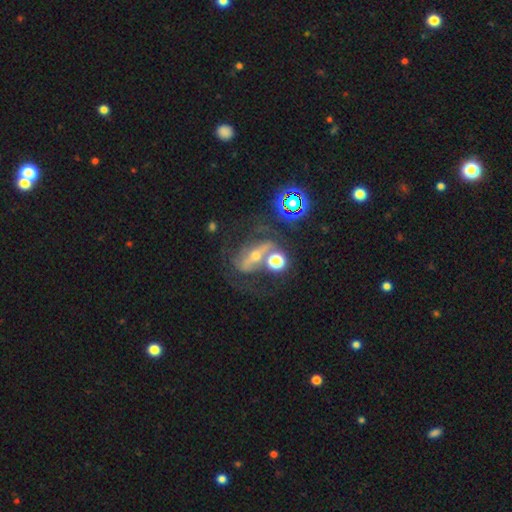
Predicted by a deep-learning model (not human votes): Smooth or featured: featured or disk — 63% (star or artifact — 19%)
Edge-on disk: no — 82% (yes — 18%)
Bar: strong — 60% (no — 21%)
Spiral arms: yes — 63% (no — 37%)
Bulge size: moderate — 53% (small — 38%)
Merging: none — 45% (major disturbance — 19%)